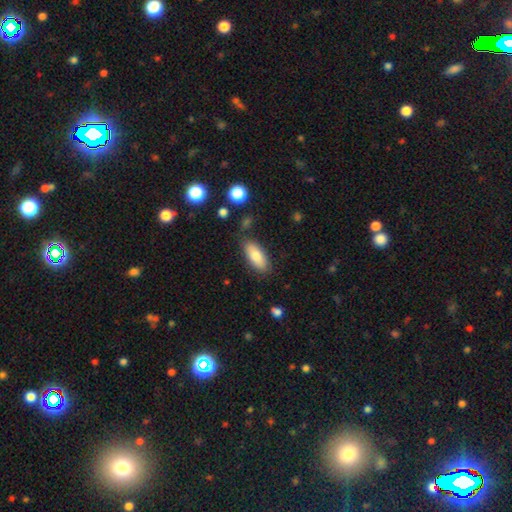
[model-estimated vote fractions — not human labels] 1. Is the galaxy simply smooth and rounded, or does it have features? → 78% smooth, 15% featured or disk, 7% star or artifact.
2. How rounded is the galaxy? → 81% in between, 16% cigar-shaped, 2% round.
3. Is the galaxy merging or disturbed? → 81% none, 13% minor disturbance, 3% major disturbance, 3% merger.